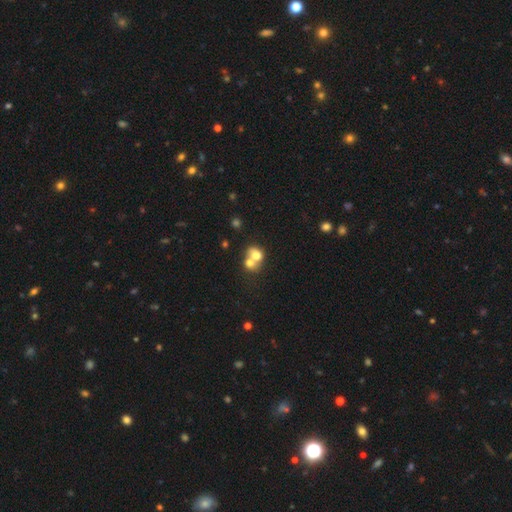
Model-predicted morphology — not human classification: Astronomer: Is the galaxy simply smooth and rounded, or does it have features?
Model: smooth — 69%.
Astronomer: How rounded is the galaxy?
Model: round — 58% (runner-up: in between, 41%).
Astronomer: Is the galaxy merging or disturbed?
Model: merger — 70%.